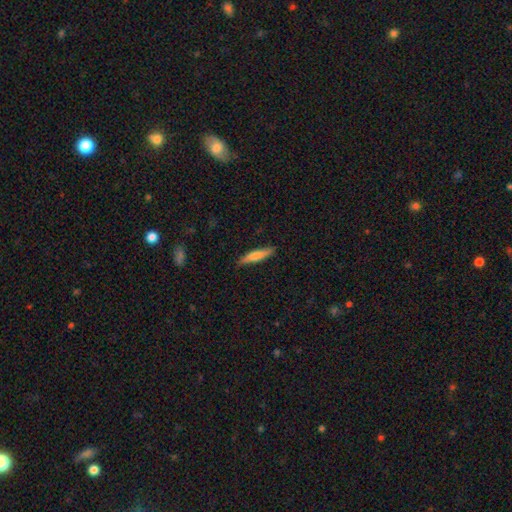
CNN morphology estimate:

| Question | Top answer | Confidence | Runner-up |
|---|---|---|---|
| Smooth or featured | smooth | 69% | featured or disk (26%) |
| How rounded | cigar-shaped | 87% | in between (11%) |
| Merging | none | 84% | minor disturbance (13%) |